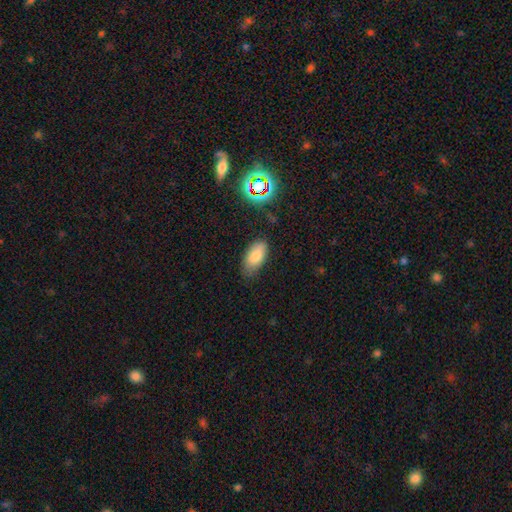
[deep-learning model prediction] Q: Smooth or featured?
A: smooth (80%); runner-up: featured or disk (10%)
Q: How rounded?
A: in between (92%); runner-up: cigar-shaped (5%)
Q: Merging?
A: none (70%); runner-up: minor disturbance (23%)